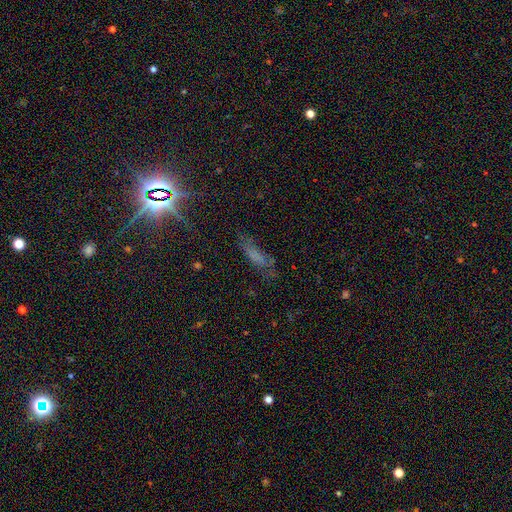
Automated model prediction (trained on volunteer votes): Smooth or featured? smooth (47%)
Merging? none (58%)